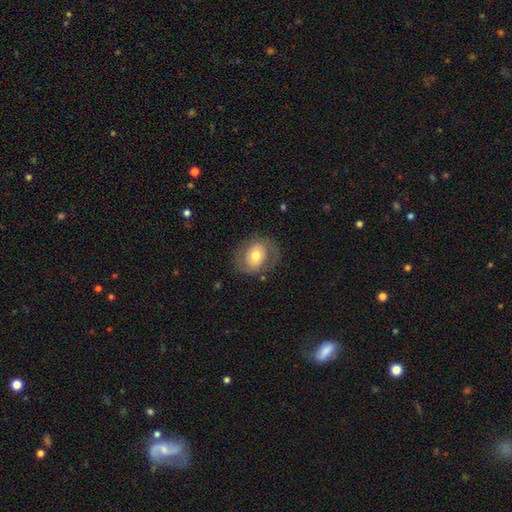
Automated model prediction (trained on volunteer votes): A smooth galaxy with no disk features (49%).

Vote fractions:
- Smooth or featured? smooth: 49% / featured or disk: 44% / star or artifact: 7%
- Merging? none: 76% / minor disturbance: 14% / major disturbance: 8% / merger: 1%